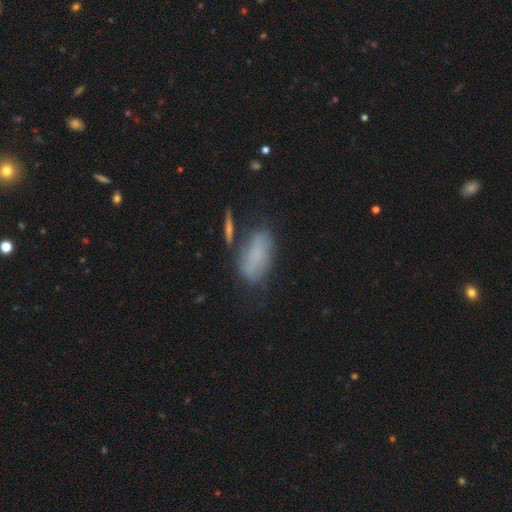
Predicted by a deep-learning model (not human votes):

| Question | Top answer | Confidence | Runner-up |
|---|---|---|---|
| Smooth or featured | smooth | 70% | featured or disk (19%) |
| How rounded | in between | 85% | cigar-shaped (10%) |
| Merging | none | 47% | minor disturbance (25%) |